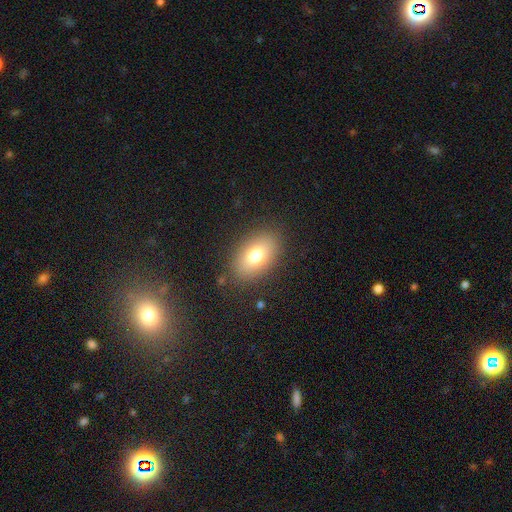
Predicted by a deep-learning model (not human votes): A smooth galaxy with no disk features (74%) that is in between round and cigar-shaped (84%).

Vote fractions:
- Smooth or featured? smooth: 74% / featured or disk: 16% / star or artifact: 10%
- How rounded? in between: 84% / round: 14% / cigar-shaped: 1%
- Merging? none: 85% / minor disturbance: 10% / major disturbance: 4% / merger: 1%